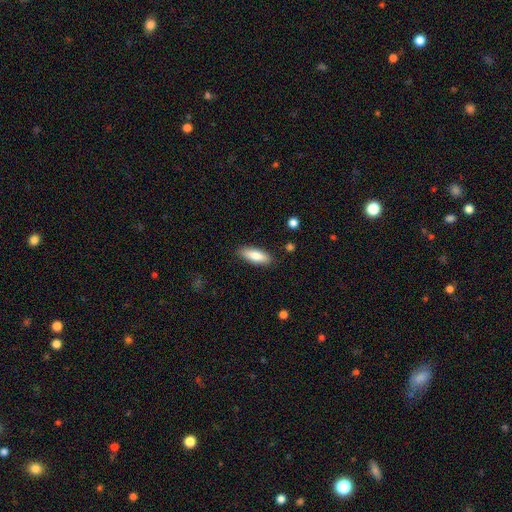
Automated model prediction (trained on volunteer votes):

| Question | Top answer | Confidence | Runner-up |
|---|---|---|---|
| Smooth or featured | smooth | 79% | featured or disk (15%) |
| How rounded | in between | 66% | cigar-shaped (32%) |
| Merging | none | 87% | minor disturbance (9%) |